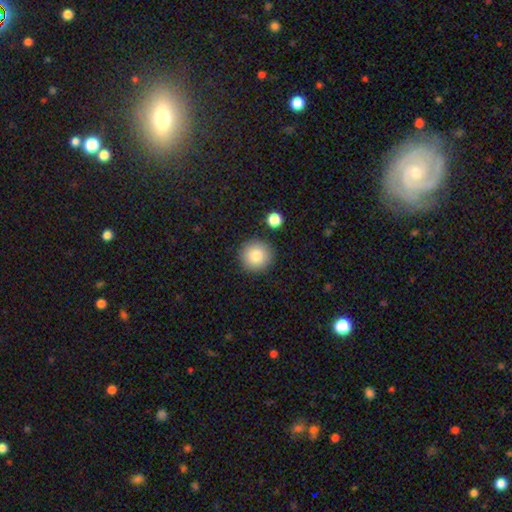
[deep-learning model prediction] A smooth galaxy with no disk features (83%) that is round (95%).

Vote fractions:
- Smooth or featured? smooth: 83% / star or artifact: 9% / featured or disk: 8%
- How rounded? round: 95% / in between: 4% / cigar-shaped: 1%
- Merging? none: 87% / minor disturbance: 7% / merger: 3% / major disturbance: 2%